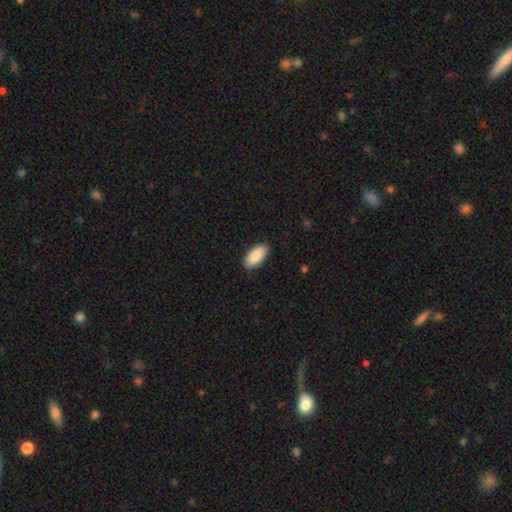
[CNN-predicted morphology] A smooth galaxy with no disk features (90%) that is in between round and cigar-shaped (94%).

Vote fractions:
- Smooth or featured? smooth: 90% / star or artifact: 5% / featured or disk: 5%
- How rounded? in between: 94% / cigar-shaped: 4% / round: 2%
- Merging? none: 89% / minor disturbance: 9% / major disturbance: 2% / merger: 1%